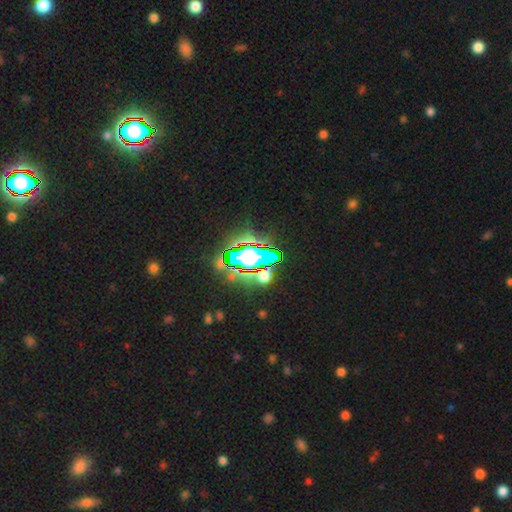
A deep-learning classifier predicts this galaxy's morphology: type=star or artifact (83%).